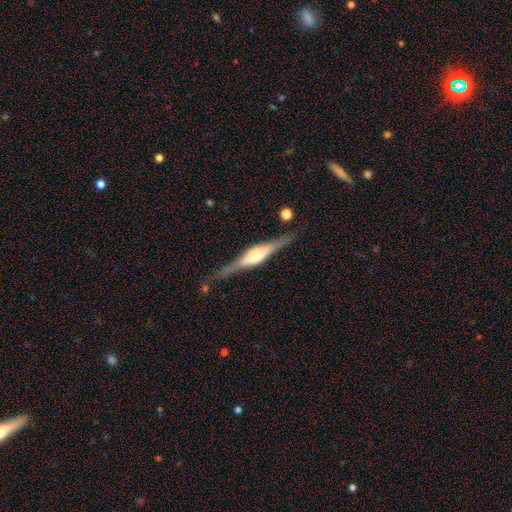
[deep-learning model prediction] A featured or disk galaxy (81%) viewed edge-on (97%) with a rounded central bulge (73%).

Vote fractions:
- Smooth or featured? featured or disk: 81% / smooth: 13% / star or artifact: 5%
- Edge-on disk? yes: 97% / no: 3%
- Edge-on bulge? rounded: 73% / boxy: 24% / none: 3%
- Merging? none: 84% / minor disturbance: 11% / major disturbance: 3% / merger: 2%